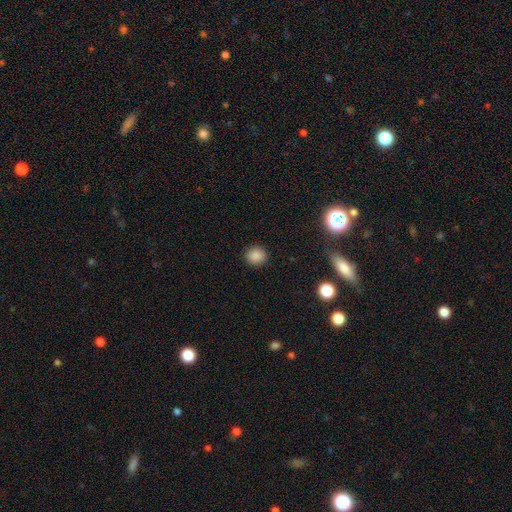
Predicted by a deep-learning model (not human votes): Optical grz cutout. It shows a smooth galaxy with no disk features (86%) that is round (82%). Merging: none (90%).